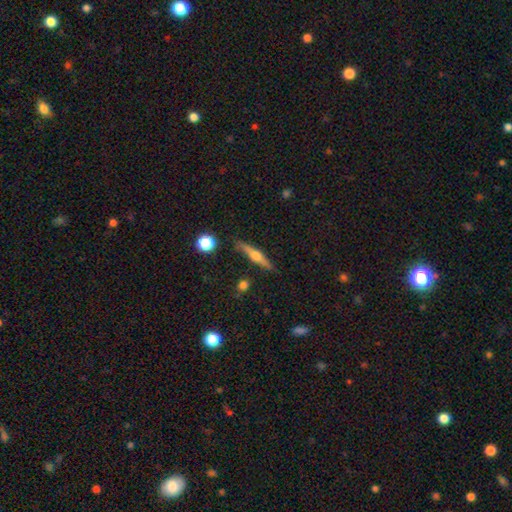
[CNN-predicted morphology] Smooth or featured? Predicted: featured or disk (p=0.60). Edge-on disk? Predicted: yes (p=0.96). Edge-on bulge? Predicted: rounded (p=0.92). Merging? Predicted: none (p=0.84).